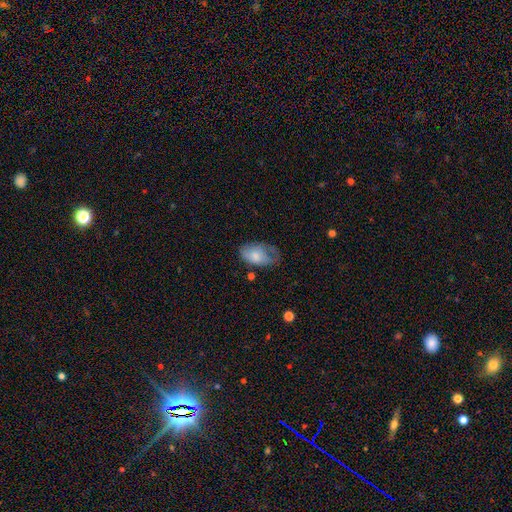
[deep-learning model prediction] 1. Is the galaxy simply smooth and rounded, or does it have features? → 69% smooth, 24% featured or disk, 7% star or artifact.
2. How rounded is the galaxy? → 91% in between, 7% round, 2% cigar-shaped.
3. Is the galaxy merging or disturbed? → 36% minor disturbance, 35% none, 26% major disturbance, 3% merger.